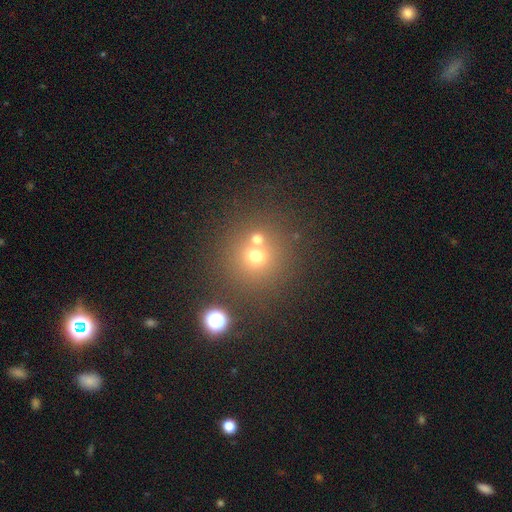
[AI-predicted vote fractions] smooth-or-featured: smooth: 64% | star or artifact: 22% | featured or disk: 13%
  how-rounded: round: 92% | in between: 7% | cigar-shaped: 1%
  merging: none: 64% | merger: 26% | minor disturbance: 7% | major disturbance: 3%